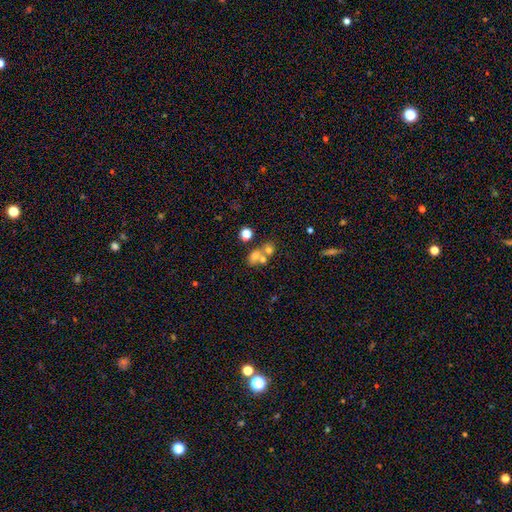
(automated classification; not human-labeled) Q: Smooth or featured?
A: smooth (61%); runner-up: featured or disk (21%)
Q: How rounded?
A: round (55%); runner-up: in between (44%)
Q: Merging?
A: merger (56%); runner-up: none (31%)